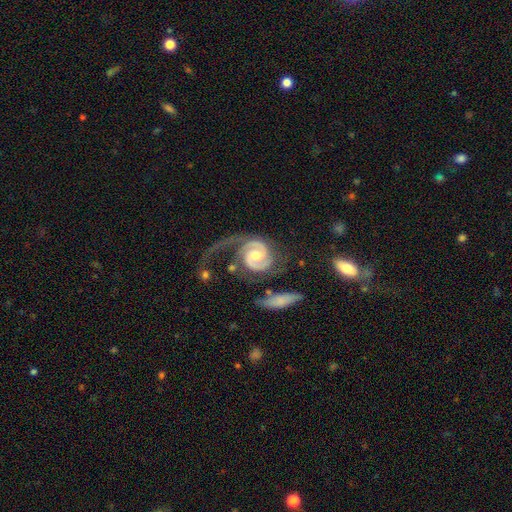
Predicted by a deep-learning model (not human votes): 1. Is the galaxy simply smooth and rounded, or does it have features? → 91% featured or disk, 5% smooth, 4% star or artifact.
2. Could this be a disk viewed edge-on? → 98% no, 2% yes.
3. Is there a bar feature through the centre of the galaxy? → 60% no, 30% weak, 9% strong.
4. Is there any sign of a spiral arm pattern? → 98% yes, 2% no.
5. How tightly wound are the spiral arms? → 47% tight, 38% medium, 16% loose.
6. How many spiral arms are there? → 76% 2, 14% 1, 4% can't tell, 3% 3, 1% 4, 1% more than 4.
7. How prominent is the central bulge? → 67% moderate, 25% small, 5% large, 1% none, 1% dominant.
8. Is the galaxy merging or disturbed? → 39% none, 35% major disturbance, 17% minor disturbance, 9% merger.